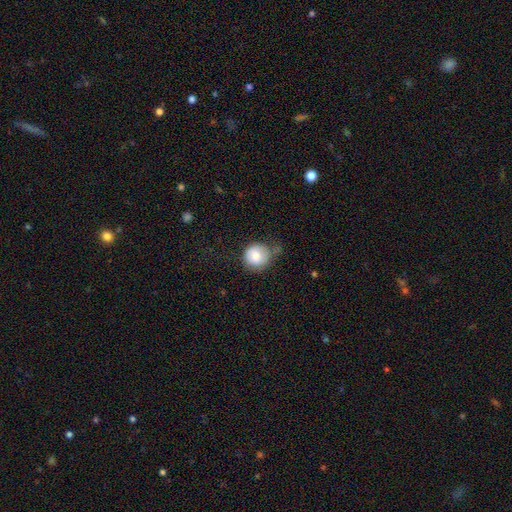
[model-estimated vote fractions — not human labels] smooth-or-featured: smooth: 78% | featured or disk: 14% | star or artifact: 8%
  how-rounded: round: 90% | in between: 9% | cigar-shaped: 1%
  merging: none: 52% | minor disturbance: 31% | major disturbance: 13% | merger: 4%